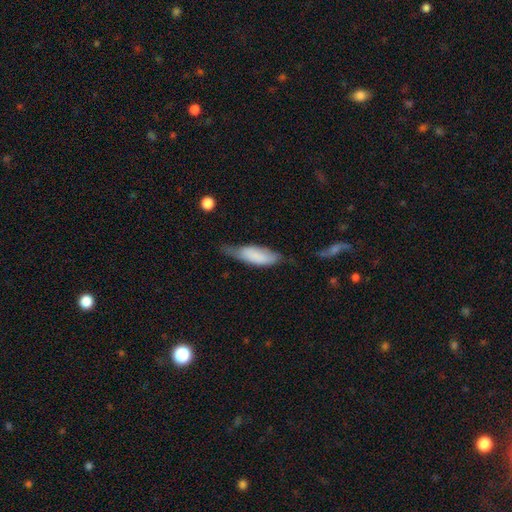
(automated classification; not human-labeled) A smooth galaxy with no disk features (76%) that is in between round and cigar-shaped (63%).

Vote fractions:
- Smooth or featured? smooth: 76% / featured or disk: 18% / star or artifact: 6%
- How rounded? in between: 63% / cigar-shaped: 35% / round: 2%
- Merging? minor disturbance: 42% / none: 37% / major disturbance: 17% / merger: 3%